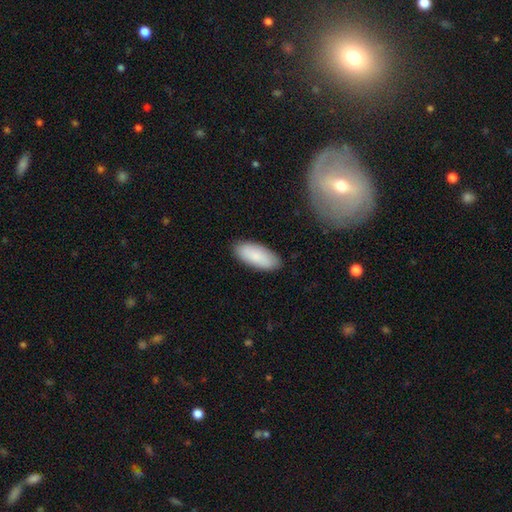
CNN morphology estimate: This appears to be a smooth galaxy with no disk features (85%) that is in between round and cigar-shaped (85%). Merging: none (86%).